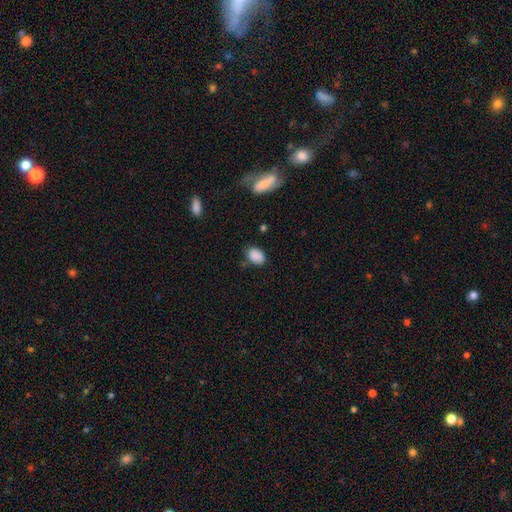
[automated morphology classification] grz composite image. It shows a smooth galaxy with no disk features (87%) that is in between round and cigar-shaped (81%). Merging: none (71%).